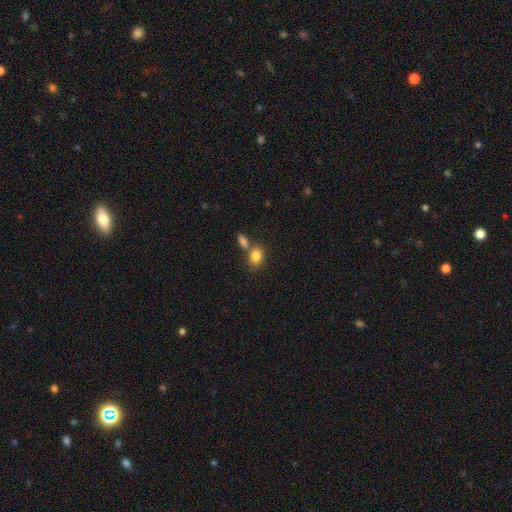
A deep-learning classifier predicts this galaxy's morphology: Smooth or featured: smooth — 83% (star or artifact — 9%)
How rounded: in between — 63% (round — 35%)
Merging: none — 51% (merger — 35%)